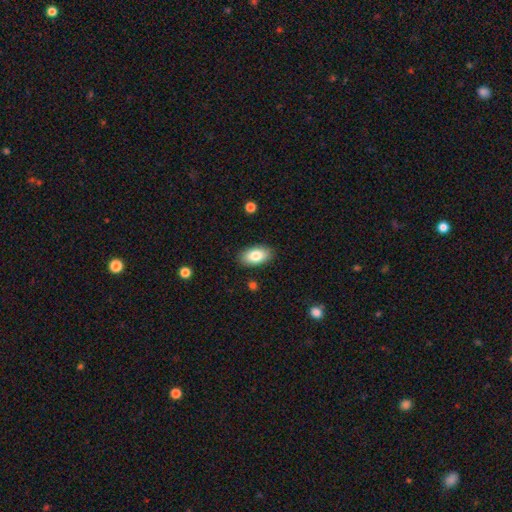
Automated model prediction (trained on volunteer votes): smooth_or_featured: smooth (p=0.83) [alt: featured or disk p=0.10]
how_rounded: in between (p=0.93) [alt: round p=0.04]
merging: none (p=0.88) [alt: minor disturbance p=0.09]